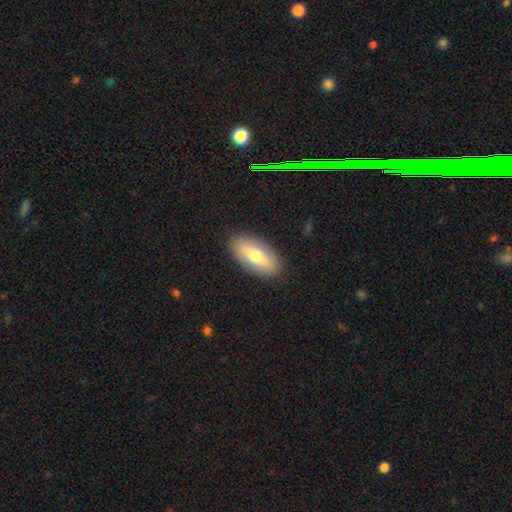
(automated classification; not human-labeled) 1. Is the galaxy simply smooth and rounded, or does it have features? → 64% smooth, 30% featured or disk, 6% star or artifact.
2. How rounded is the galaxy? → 86% in between, 11% cigar-shaped, 3% round.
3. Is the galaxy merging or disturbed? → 88% none, 9% minor disturbance, 2% major disturbance, 1% merger.